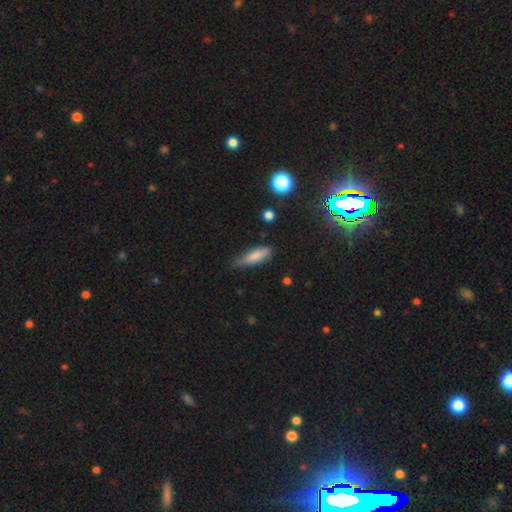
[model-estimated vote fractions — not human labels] smooth-or-featured: smooth: 79% | featured or disk: 13% | star or artifact: 7%
  how-rounded: cigar-shaped: 55% | in between: 43% | round: 2%
  merging: none: 53% | minor disturbance: 37% | major disturbance: 7% | merger: 2%